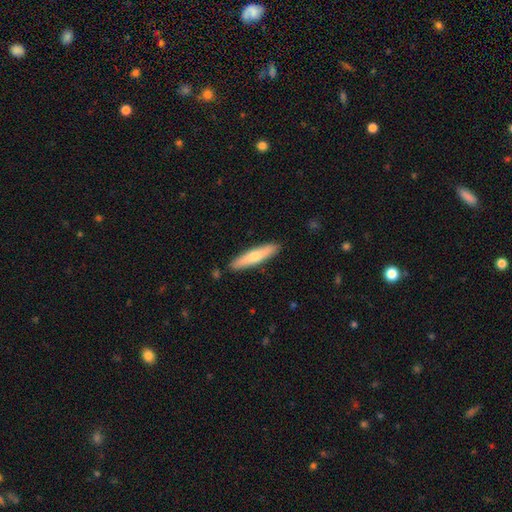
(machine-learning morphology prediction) Q: Smooth or featured?
A: smooth (58%); runner-up: featured or disk (37%)
Q: How rounded?
A: cigar-shaped (82%); runner-up: in between (16%)
Q: Merging?
A: none (89%); runner-up: minor disturbance (8%)